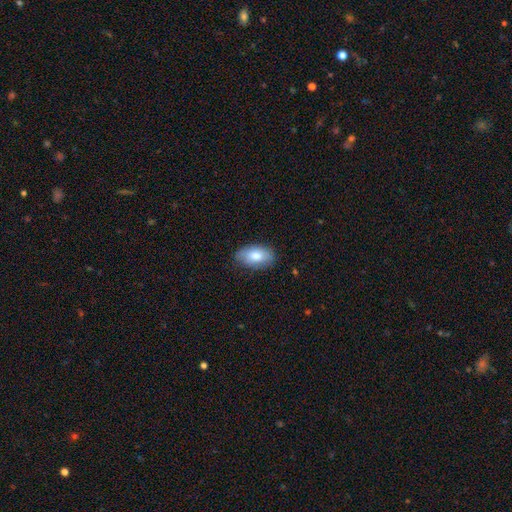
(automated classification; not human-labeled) This is clearly a smooth galaxy (80%). How rounded: clearly in between (93%). Merging: clearly none (82%).